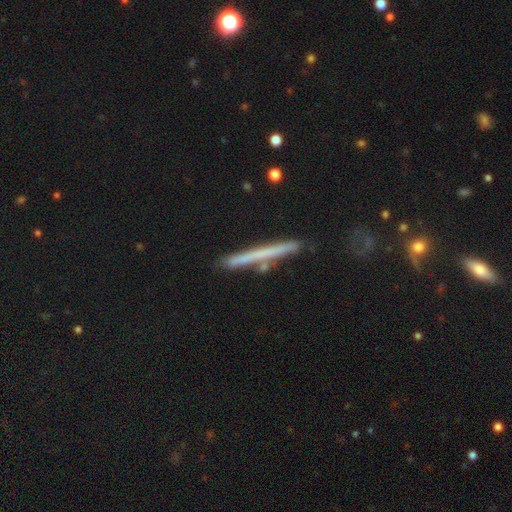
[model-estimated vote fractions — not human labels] smooth 46% (tied), featured or disk 46% (tied), star or artifact 8%. Down the decision tree: merging — none (83%).